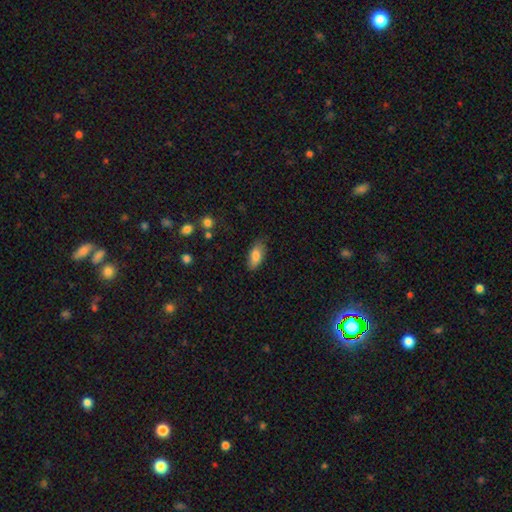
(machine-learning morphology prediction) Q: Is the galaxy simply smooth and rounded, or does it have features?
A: smooth — 83%.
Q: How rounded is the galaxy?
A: in between — 86%.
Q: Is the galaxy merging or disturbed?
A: none — 80%.